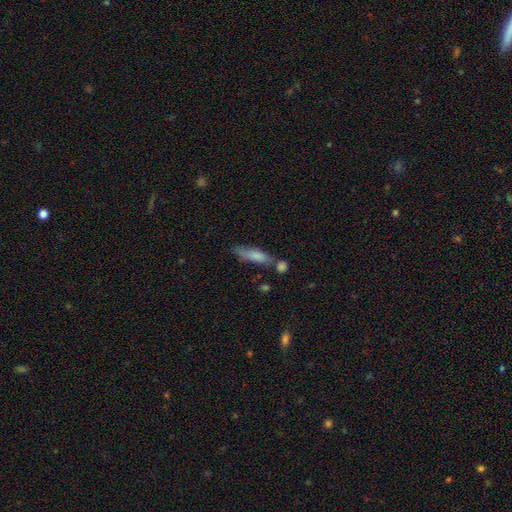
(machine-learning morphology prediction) Q: Smooth or featured?
A: smooth (76%); runner-up: featured or disk (17%)
Q: How rounded?
A: cigar-shaped (66%); runner-up: in between (31%)
Q: Merging?
A: none (52%); runner-up: minor disturbance (21%)